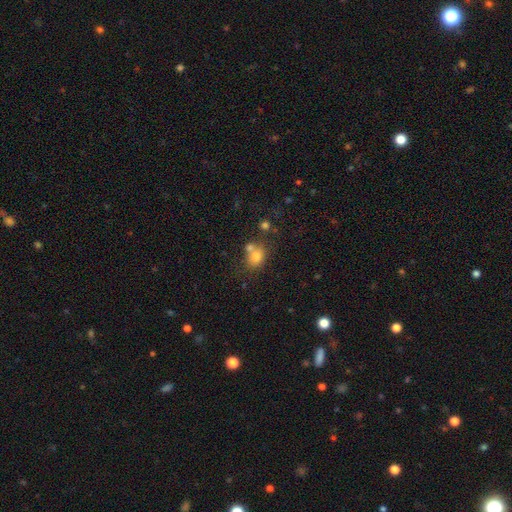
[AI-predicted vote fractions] A smooth galaxy with no disk features (76%) that is round (57%).

Vote fractions:
- Smooth or featured? smooth: 76% / star or artifact: 13% / featured or disk: 11%
- How rounded? round: 57% / in between: 42% / cigar-shaped: 1%
- Merging? none: 50% / merger: 32% / minor disturbance: 13% / major disturbance: 5%